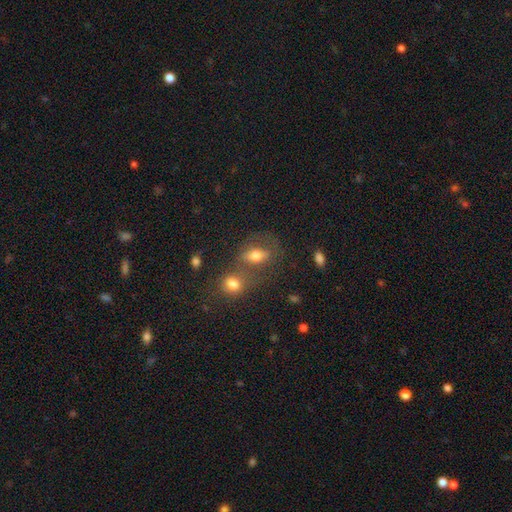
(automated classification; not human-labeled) A smooth galaxy with no disk features (62%) that is in between round and cigar-shaped (73%).

Vote fractions:
- Smooth or featured? smooth: 62% / featured or disk: 24% / star or artifact: 14%
- How rounded? in between: 73% / round: 23% / cigar-shaped: 4%
- Merging? none: 47% / merger: 31% / minor disturbance: 13% / major disturbance: 9%